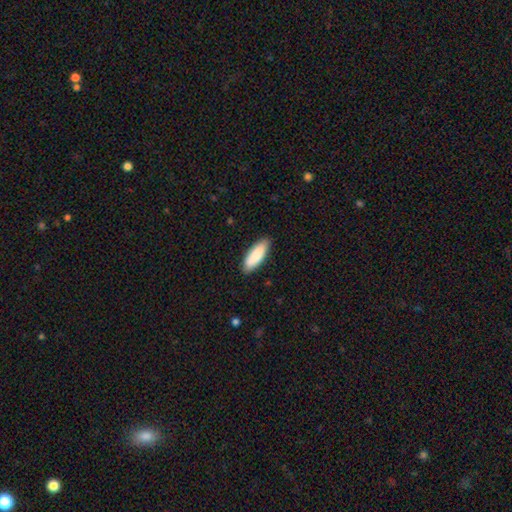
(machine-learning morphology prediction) smooth_or_featured: smooth (p=0.87) [alt: featured or disk p=0.08]
how_rounded: in between (p=0.65) [alt: cigar-shaped p=0.34]
merging: none (p=0.86) [alt: minor disturbance p=0.11]